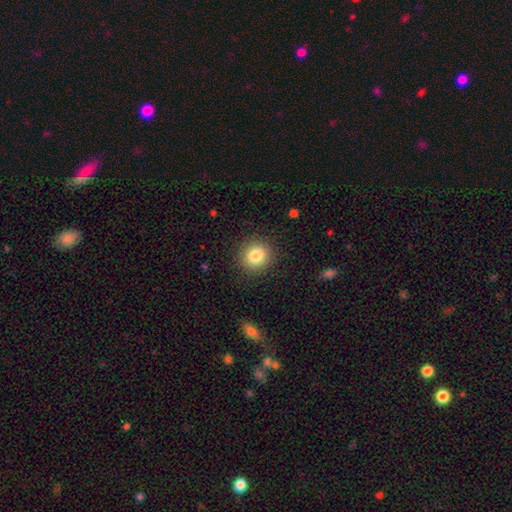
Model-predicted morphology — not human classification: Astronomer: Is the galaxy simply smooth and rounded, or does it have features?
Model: smooth — 84%.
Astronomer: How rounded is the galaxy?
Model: round — 81%.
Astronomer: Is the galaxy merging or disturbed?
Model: none — 88%.